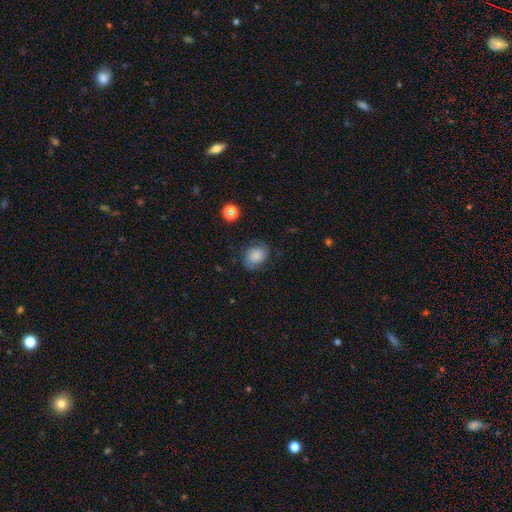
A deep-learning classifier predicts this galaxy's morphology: type=smooth (69%); roundness=in between (55%); merging=none (70%).